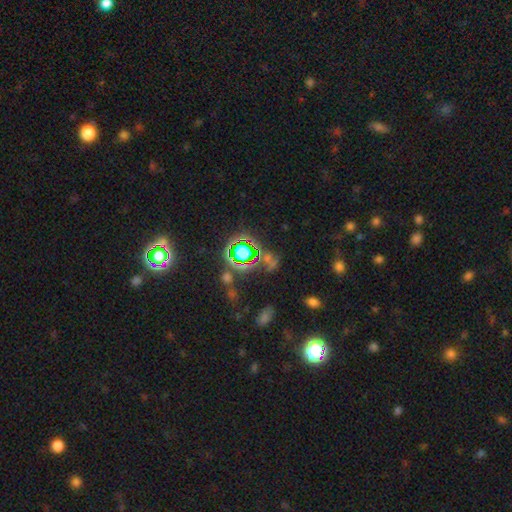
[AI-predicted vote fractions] Overall: star or artifact (71%).